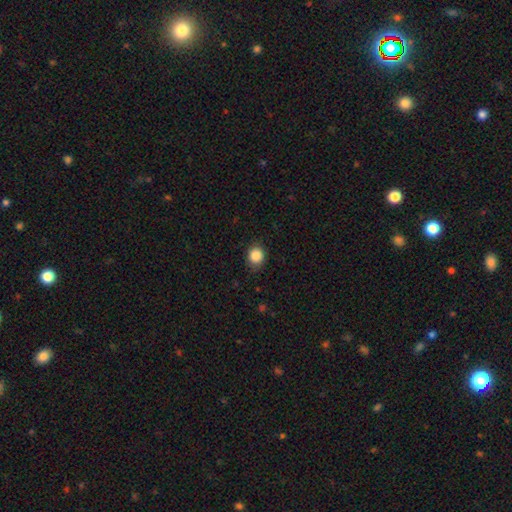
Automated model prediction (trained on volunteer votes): A smooth galaxy with no disk features (86%) that is round (81%). Merging: none (84%).